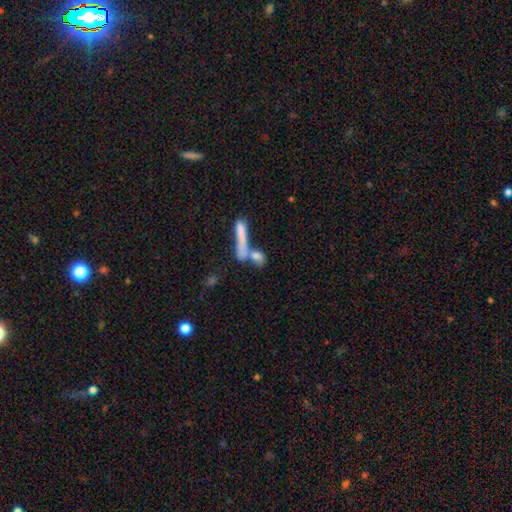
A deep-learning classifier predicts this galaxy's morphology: Smooth or featured? Predicted: smooth (p=0.71). How rounded? Predicted: cigar-shaped (p=0.52). Merging? Predicted: merger (p=0.43).